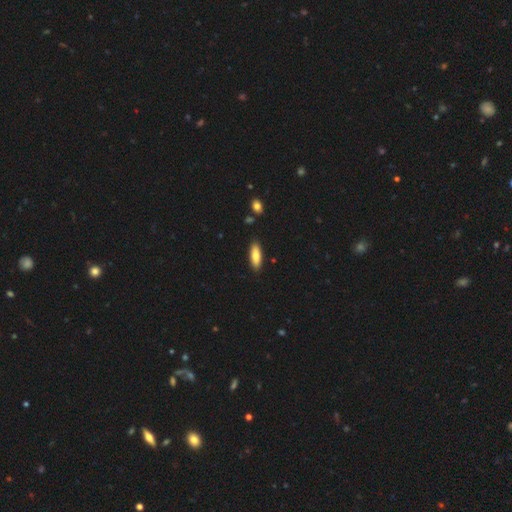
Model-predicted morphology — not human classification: Overall: smooth (80%). How rounded: in between (61%; cigar-shaped 38%). Merging: none (87%).